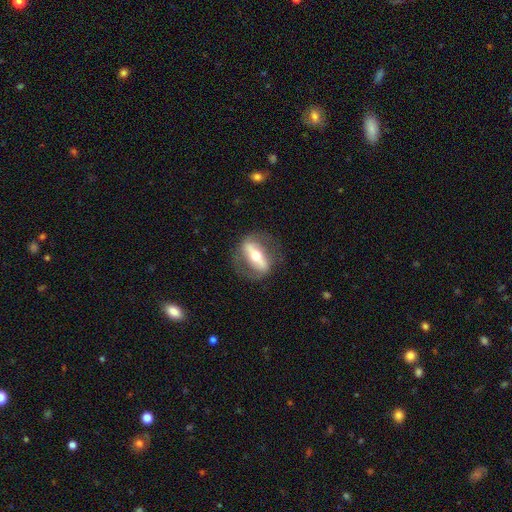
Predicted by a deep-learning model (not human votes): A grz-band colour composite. It shows a featured or disk galaxy (70%). Merging: none (75%).